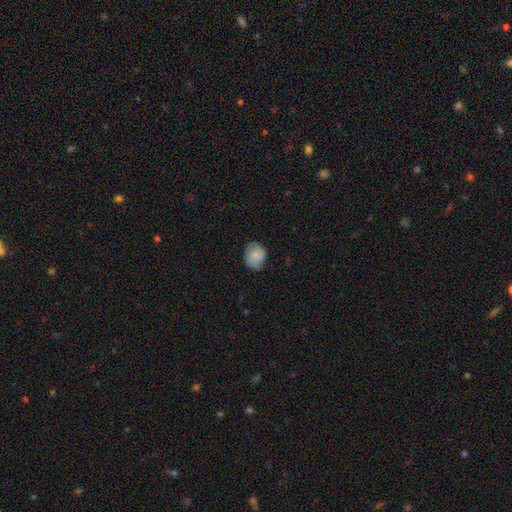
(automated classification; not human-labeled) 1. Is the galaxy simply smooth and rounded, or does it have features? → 77% smooth, 15% featured or disk, 7% star or artifact.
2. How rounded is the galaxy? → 61% round, 38% in between, 1% cigar-shaped.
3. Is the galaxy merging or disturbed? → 74% none, 21% minor disturbance, 4% major disturbance, 1% merger.